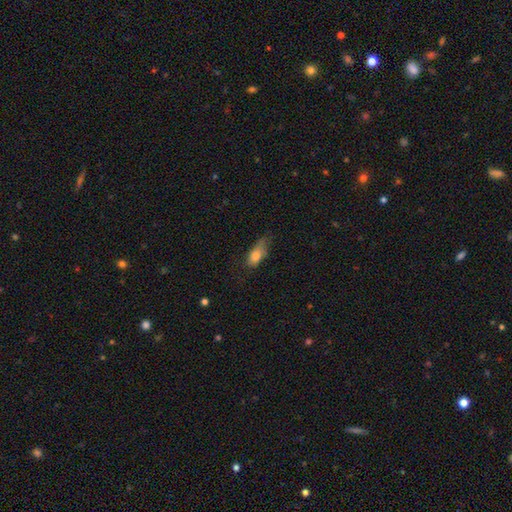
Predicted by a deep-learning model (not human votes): This is likely a smooth galaxy (77%). How rounded: likely in between (78%). Merging: marginally minor disturbance (39%).